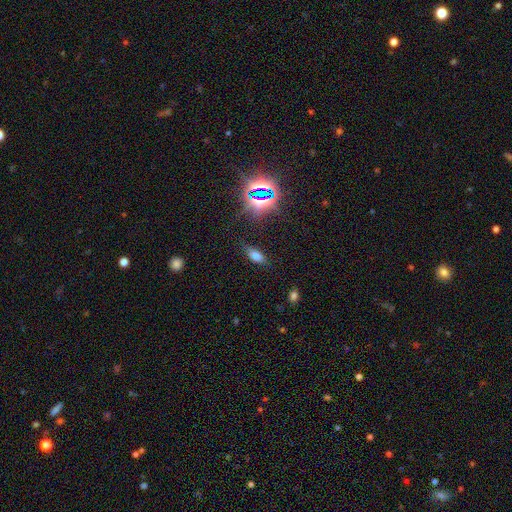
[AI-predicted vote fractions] This is likely a smooth galaxy (67%). How rounded: clearly in between (82%). Merging: clearly none (80%).